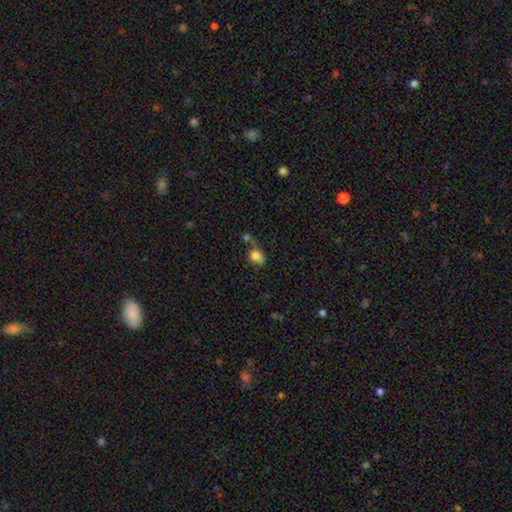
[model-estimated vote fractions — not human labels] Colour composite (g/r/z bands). It shows a smooth galaxy with no disk features (77%) that is in between round and cigar-shaped (63%). Merging: merger (40%).